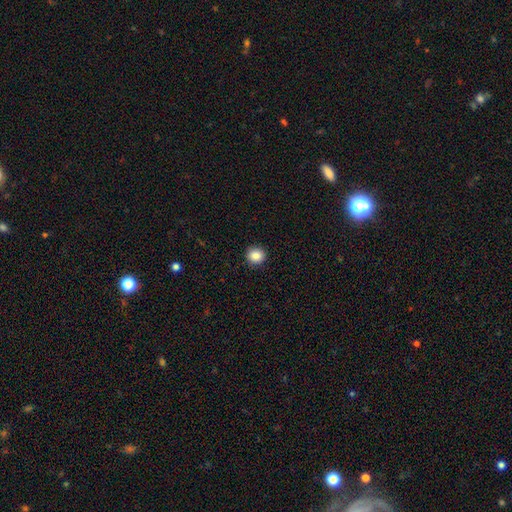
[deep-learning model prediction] smooth 87%, star or artifact 10%, featured or disk 4%. Down the decision tree: how rounded — round (89%); merging — none (92%).